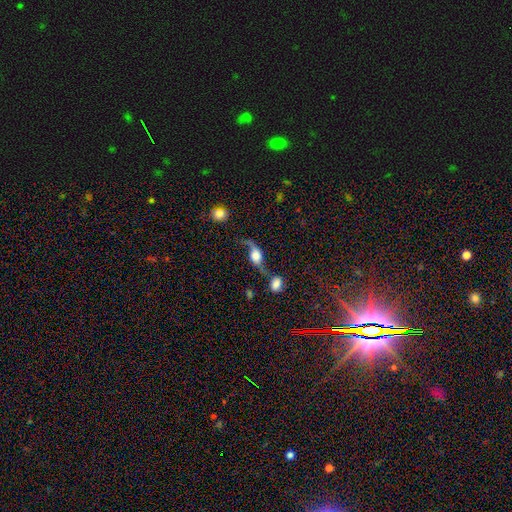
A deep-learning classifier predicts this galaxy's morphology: The model was most divided on "merging": none: 42%, merger: 20%, major disturbance: 19%, minor disturbance: 19%. Remaining: spiral winding — loose (92%); spiral arms — yes (91%); spiral arm count — 2 (85%); edge-on disk — no (82%); smooth or featured — featured or disk (69%); bar — no (67%); bulge size — large (47%).